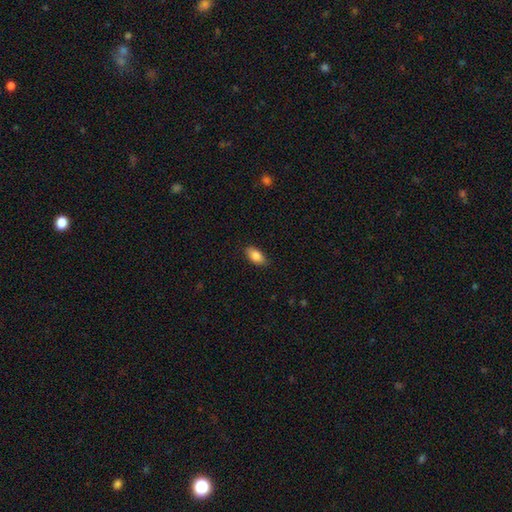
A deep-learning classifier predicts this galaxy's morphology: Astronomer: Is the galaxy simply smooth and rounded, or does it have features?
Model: smooth — 86%.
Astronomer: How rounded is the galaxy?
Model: in between — 92%.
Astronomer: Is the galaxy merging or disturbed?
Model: none — 85%.